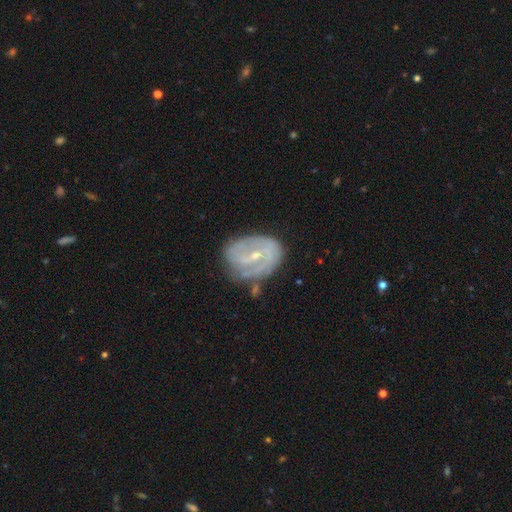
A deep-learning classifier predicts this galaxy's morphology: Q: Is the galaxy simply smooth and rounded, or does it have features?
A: featured or disk — 78%.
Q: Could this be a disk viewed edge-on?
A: no — 97%.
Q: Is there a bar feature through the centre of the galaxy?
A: weak — 48%.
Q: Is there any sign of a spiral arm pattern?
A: yes — 82%.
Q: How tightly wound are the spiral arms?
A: tight — 49%.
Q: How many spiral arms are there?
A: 2 — 52%.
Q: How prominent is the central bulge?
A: small — 72%.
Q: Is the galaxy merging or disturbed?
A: none — 61%.